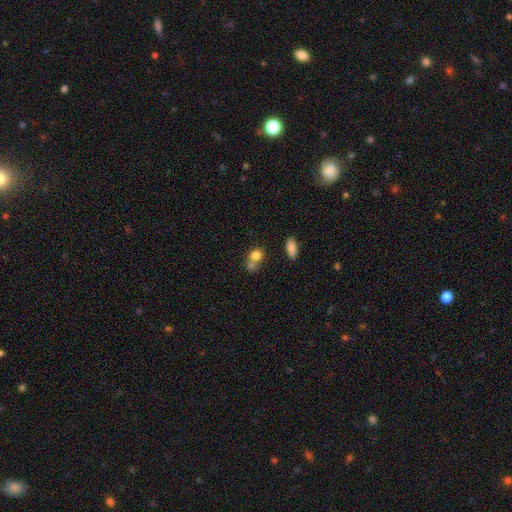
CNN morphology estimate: A smooth galaxy with no disk features (79%) that is round (69%).

Vote fractions:
- Smooth or featured? smooth: 79% / star or artifact: 11% / featured or disk: 10%
- How rounded? round: 69% / in between: 30% / cigar-shaped: 2%
- Merging? merger: 46% / none: 38% / minor disturbance: 10% / major disturbance: 5%